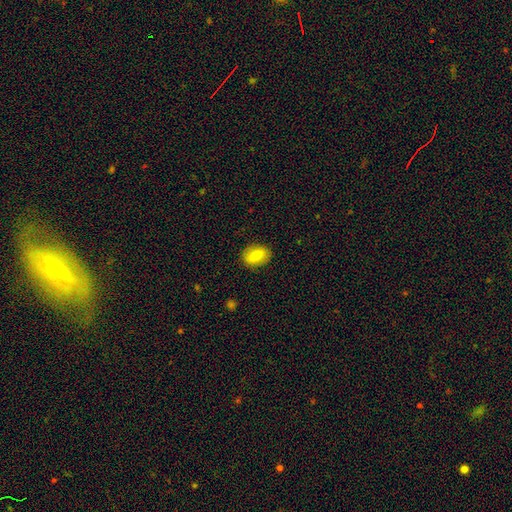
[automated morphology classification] type=smooth (71%); roundness=in between (78%); merging=none (87%).